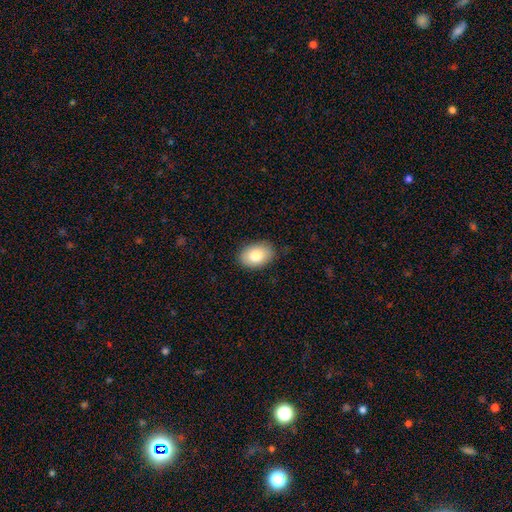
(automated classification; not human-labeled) smooth_or_featured: smooth (p=0.84) [alt: featured or disk p=0.10]
how_rounded: in between (p=0.86) [alt: round p=0.13]
merging: none (p=0.84) [alt: minor disturbance p=0.12]